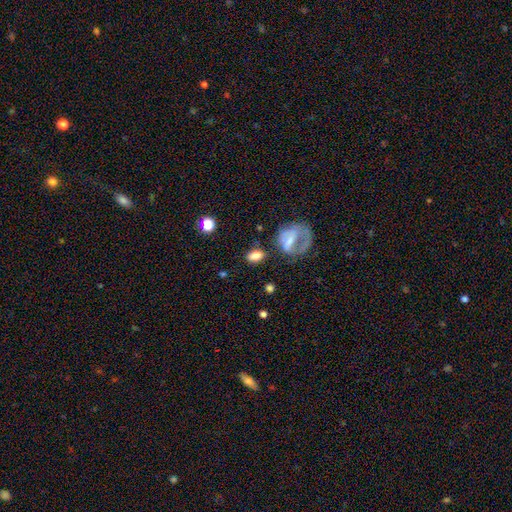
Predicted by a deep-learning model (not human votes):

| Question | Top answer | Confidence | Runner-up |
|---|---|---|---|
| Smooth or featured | smooth | 76% | featured or disk (15%) |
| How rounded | in between | 81% | round (15%) |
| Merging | none | 67% | minor disturbance (16%) |